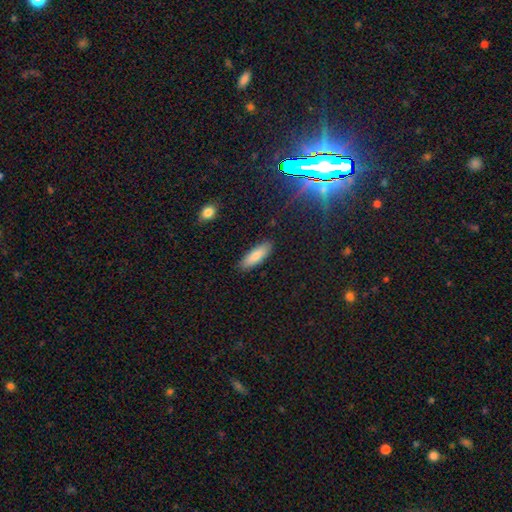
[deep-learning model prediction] smooth 82%, featured or disk 12%, star or artifact 7%. Down the decision tree: how rounded — in between (58%); merging — none (88%).